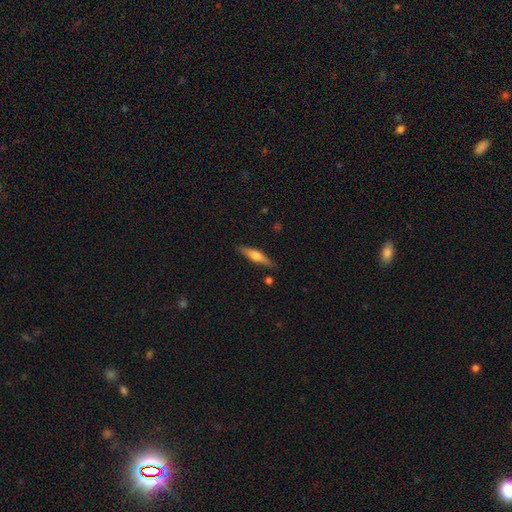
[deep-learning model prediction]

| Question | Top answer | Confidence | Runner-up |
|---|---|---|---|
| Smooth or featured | featured or disk | 51% | smooth (43%) |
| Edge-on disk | yes | 95% | no (5%) |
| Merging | none | 86% | minor disturbance (9%) |